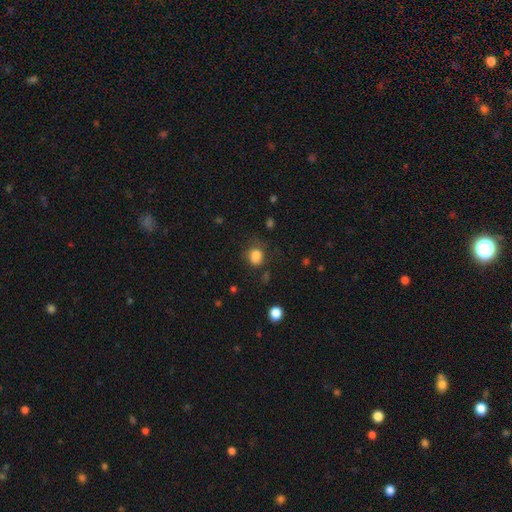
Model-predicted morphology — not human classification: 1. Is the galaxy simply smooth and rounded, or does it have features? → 80% smooth, 12% star or artifact, 7% featured or disk.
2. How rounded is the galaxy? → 50% in between, 49% round, 1% cigar-shaped.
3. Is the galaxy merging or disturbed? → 53% none, 26% minor disturbance, 15% major disturbance, 6% merger.